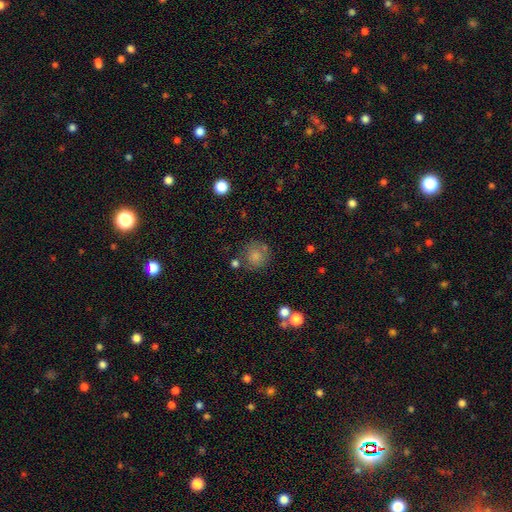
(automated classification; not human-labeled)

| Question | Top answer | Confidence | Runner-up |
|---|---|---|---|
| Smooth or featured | smooth | 79% | star or artifact (11%) |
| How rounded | round | 89% | in between (10%) |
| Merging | none | 69% | minor disturbance (15%) |